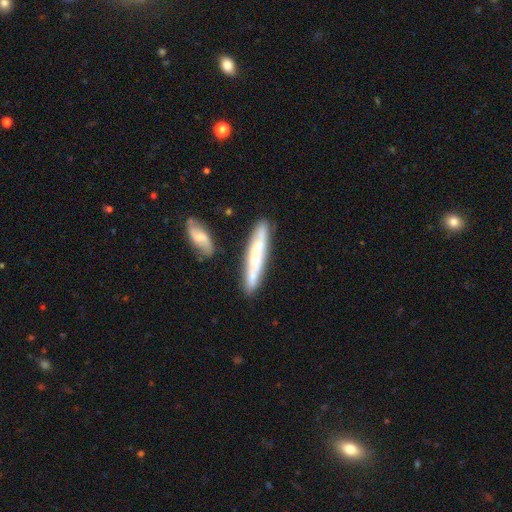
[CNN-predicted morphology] type=smooth (48%); merging=none (78%).